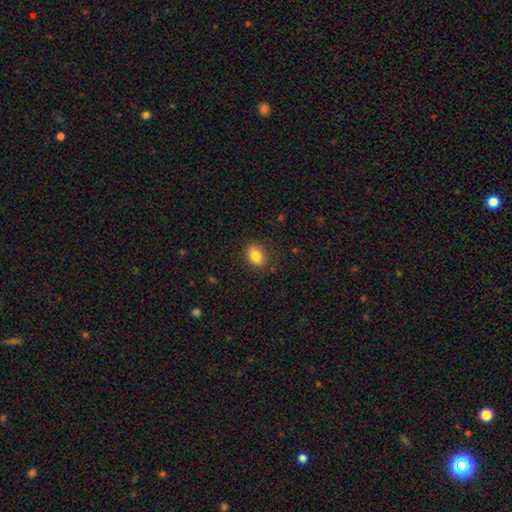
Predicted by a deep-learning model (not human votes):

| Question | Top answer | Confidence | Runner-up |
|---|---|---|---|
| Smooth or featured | smooth | 85% | star or artifact (9%) |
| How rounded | in between | 68% | round (31%) |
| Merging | none | 86% | minor disturbance (10%) |